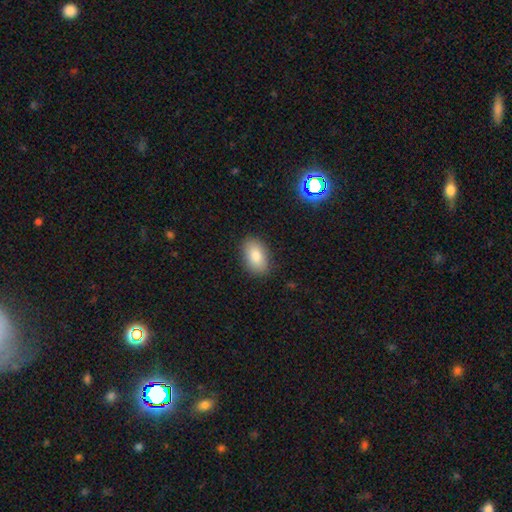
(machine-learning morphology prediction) A smooth galaxy with no disk features (83%) that is in between round and cigar-shaped (91%). Merging: none (87%).